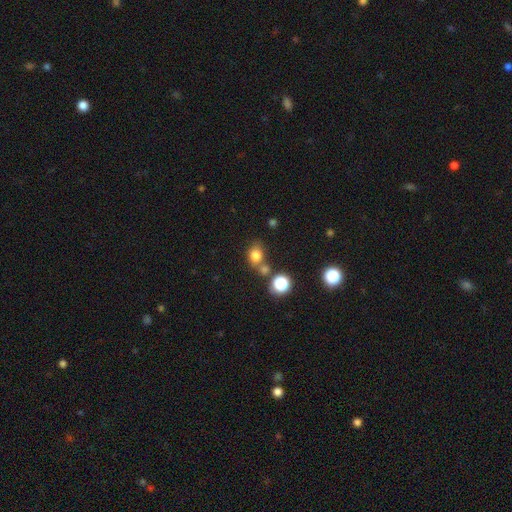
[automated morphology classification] A smooth galaxy with no disk features (77%) that is round (58%).

Vote fractions:
- Smooth or featured? smooth: 77% / star or artifact: 15% / featured or disk: 8%
- How rounded? round: 58% / in between: 41% / cigar-shaped: 1%
- Merging? none: 57% / merger: 25% / minor disturbance: 14% / major disturbance: 5%